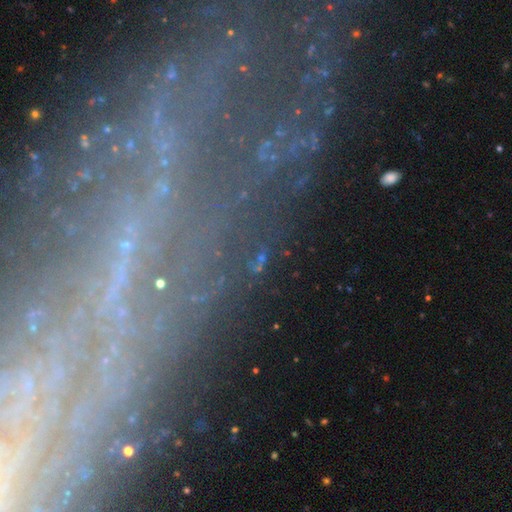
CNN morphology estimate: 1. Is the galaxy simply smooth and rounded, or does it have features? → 52% featured or disk, 34% star or artifact, 14% smooth.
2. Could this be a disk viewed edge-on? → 77% no, 23% yes.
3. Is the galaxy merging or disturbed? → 74% none, 14% minor disturbance, 8% major disturbance, 4% merger.